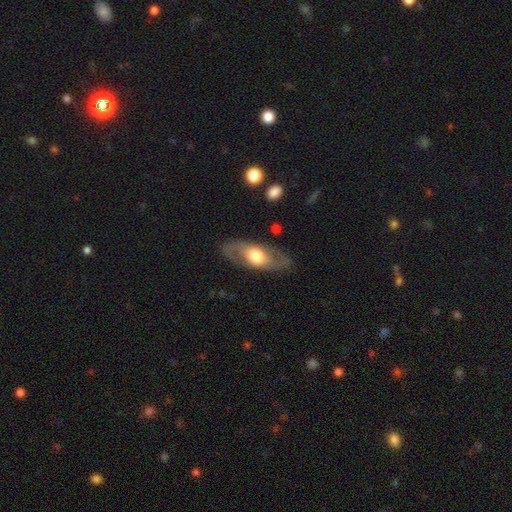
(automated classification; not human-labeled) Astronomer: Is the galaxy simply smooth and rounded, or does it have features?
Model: featured or disk — 60% (runner-up: smooth, 35%).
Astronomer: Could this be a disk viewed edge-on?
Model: no — 80%.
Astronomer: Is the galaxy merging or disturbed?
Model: none — 82%.